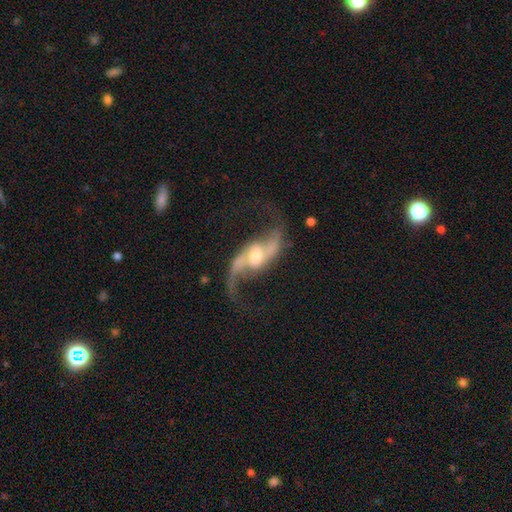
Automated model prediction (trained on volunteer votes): smooth_or_featured: featured or disk (p=0.92) [alt: star or artifact p=0.05]
disk_edge_on: no (p=0.96) [alt: yes p=0.04]
bar: no (p=0.37) [alt: weak p=0.36]
has_spiral_arms: yes (p=0.98) [alt: no p=0.02]
spiral_winding: loose (p=0.82) [alt: medium p=0.15]
spiral_arm_count: 2 (p=0.94) [alt: 1 p=0.01]
bulge_size: moderate (p=0.55) [alt: small p=0.36]
merging: none (p=0.77) [alt: minor disturbance p=0.12]